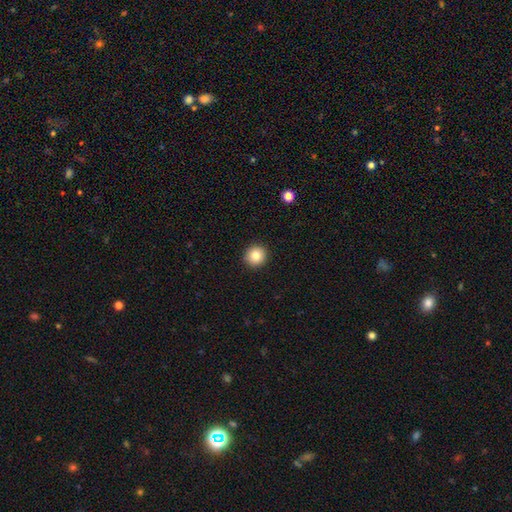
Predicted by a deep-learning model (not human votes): Smooth or featured? Predicted: smooth (p=0.83). How rounded? Predicted: round (p=0.92). Merging? Predicted: none (p=0.93).